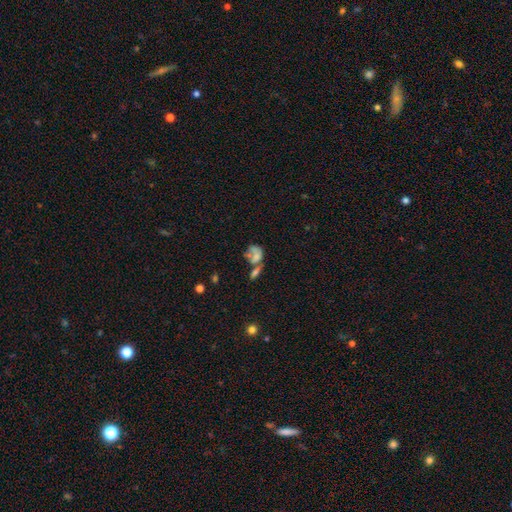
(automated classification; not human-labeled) smooth_or_featured: smooth (p=0.53) [alt: featured or disk p=0.34]
how_rounded: in between (p=0.69) [alt: round p=0.27]
merging: merger (p=0.47) [alt: none p=0.20]